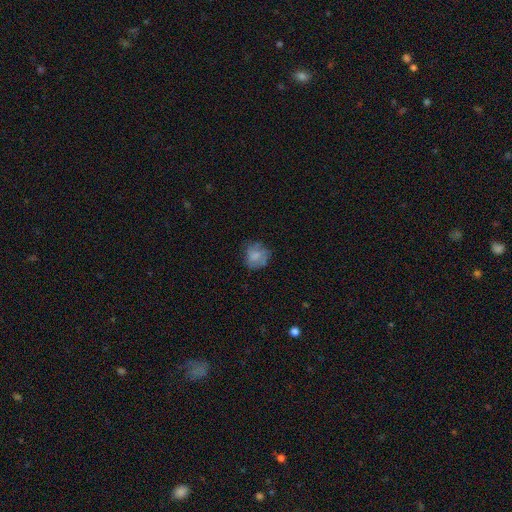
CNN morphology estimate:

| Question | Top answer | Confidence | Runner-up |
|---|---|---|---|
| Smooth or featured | smooth | 67% | featured or disk (24%) |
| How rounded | round | 79% | in between (20%) |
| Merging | none | 64% | minor disturbance (24%) |